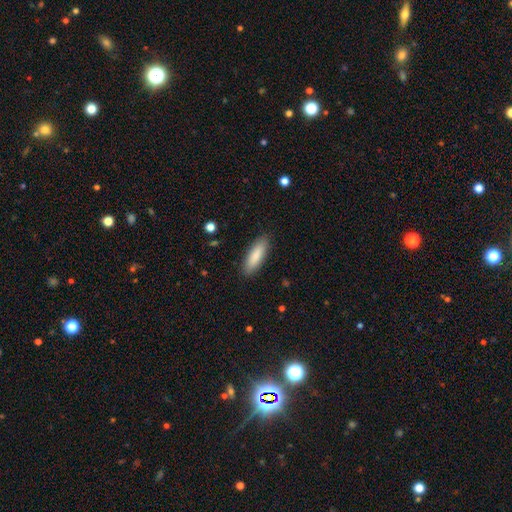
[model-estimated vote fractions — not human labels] This is clearly a smooth galaxy (87%). How rounded: possibly in between (53%). Merging: clearly none (89%).